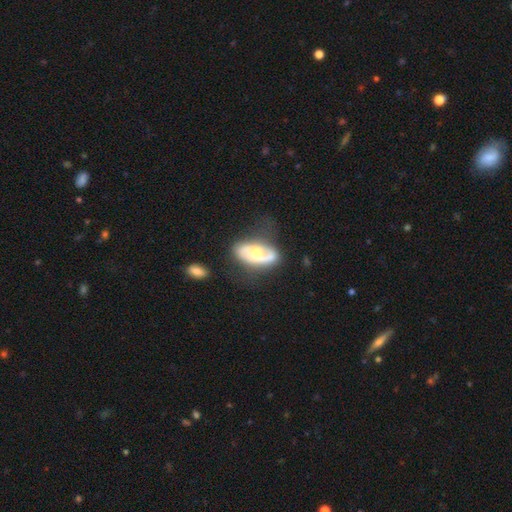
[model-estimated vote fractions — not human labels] A featured or disk galaxy (76%) with no bar (55%), 2 (79%) medium (42%) spiral arms (87%) and a moderate central bulge (62%).

Vote fractions:
- Smooth or featured? featured or disk: 76% / smooth: 19% / star or artifact: 5%
- Edge-on disk? no: 94% / yes: 6%
- Bar? no: 55% / weak: 34% / strong: 11%
- Spiral arms? yes: 87% / no: 13%
- Spiral winding? medium: 42% / loose: 38% / tight: 20%
- Spiral arm count? 2: 79% / 1: 11% / can't tell: 8% / 3: 1% / 4: 1% / more than 4: 1%
- Bulge size? moderate: 62% / large: 25% / small: 9% / dominant: 2% / none: 2%
- Merging? none: 58% / minor disturbance: 24% / major disturbance: 14% / merger: 4%